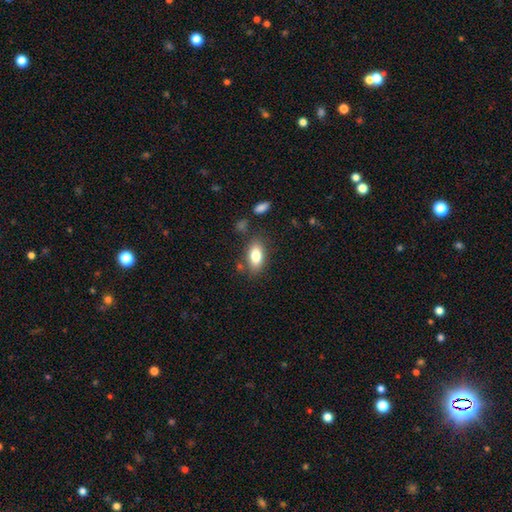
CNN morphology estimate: type=smooth (80%); roundness=in between (87%); merging=none (79%).